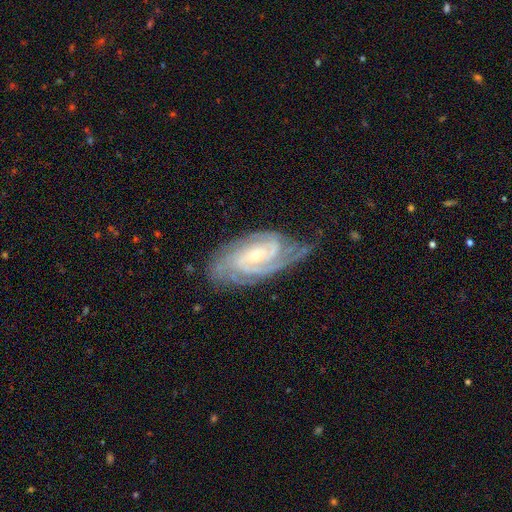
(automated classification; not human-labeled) Smooth or featured? featured or disk (90%)
Edge-on disk? no (96%)
Bar? no (51%)
Spiral arms? yes (98%)
Spiral winding? tight (68%)
Spiral arm count? 2 (30%, tied with 3)
Bulge size? small (70%)
Merging? none (69%)